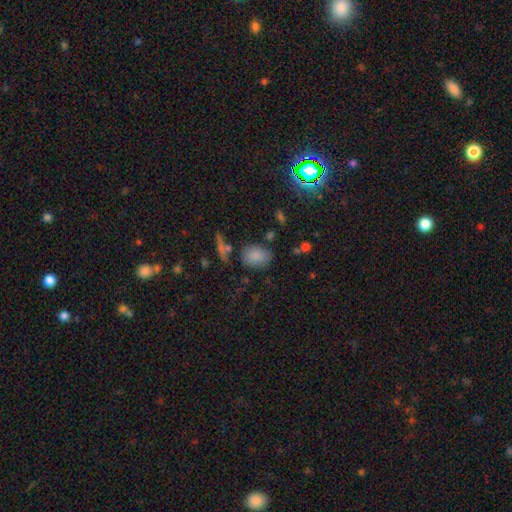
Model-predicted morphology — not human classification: type=smooth (81%); roundness=in between (67%); merging=none (73%).